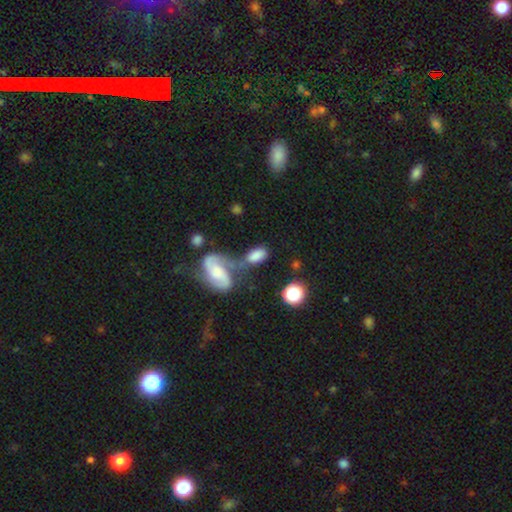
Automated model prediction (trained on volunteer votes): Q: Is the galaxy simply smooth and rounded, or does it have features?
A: smooth — 66%.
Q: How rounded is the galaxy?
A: in between — 88%.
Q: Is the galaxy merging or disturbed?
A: merger — 38%.